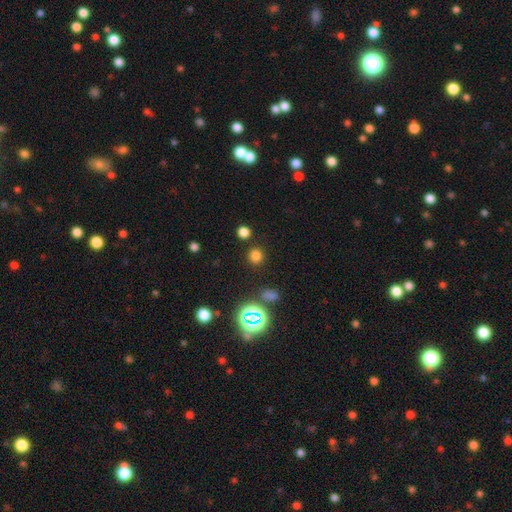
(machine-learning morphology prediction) smooth_or_featured: smooth (p=0.74) [alt: star or artifact p=0.21]
how_rounded: round (p=0.90) [alt: in between p=0.09]
merging: none (p=0.86) [alt: minor disturbance p=0.07]